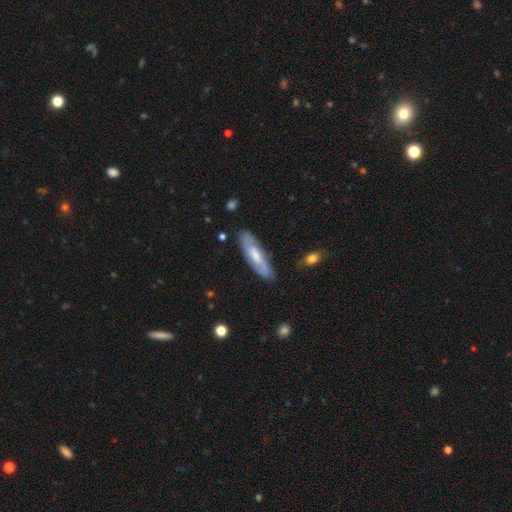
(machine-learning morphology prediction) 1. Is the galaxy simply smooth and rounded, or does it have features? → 52% smooth, 42% featured or disk, 6% star or artifact.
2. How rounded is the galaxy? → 63% cigar-shaped, 35% in between, 2% round.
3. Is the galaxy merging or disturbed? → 81% none, 14% minor disturbance, 3% major disturbance, 2% merger.